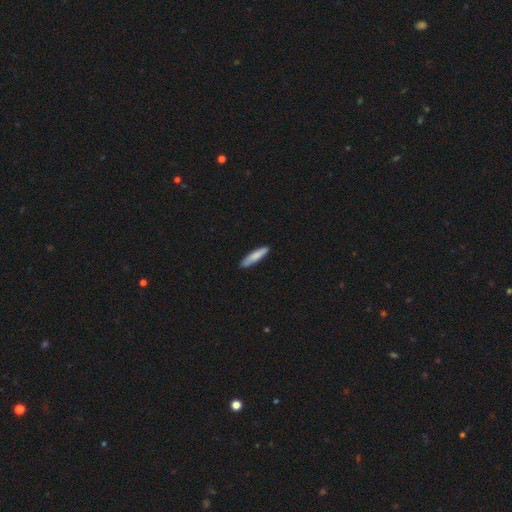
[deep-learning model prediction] smooth 80%, featured or disk 14%, star or artifact 5%. Down the decision tree: how rounded — cigar-shaped (86%); merging — none (86%).